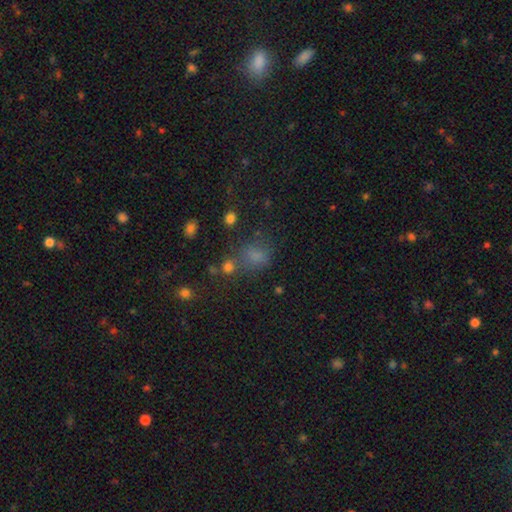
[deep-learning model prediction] smooth_or_featured: smooth (p=0.69) [alt: star or artifact p=0.22]
how_rounded: round (p=0.57) [alt: in between p=0.42]
merging: none (p=0.53) [alt: minor disturbance p=0.19]